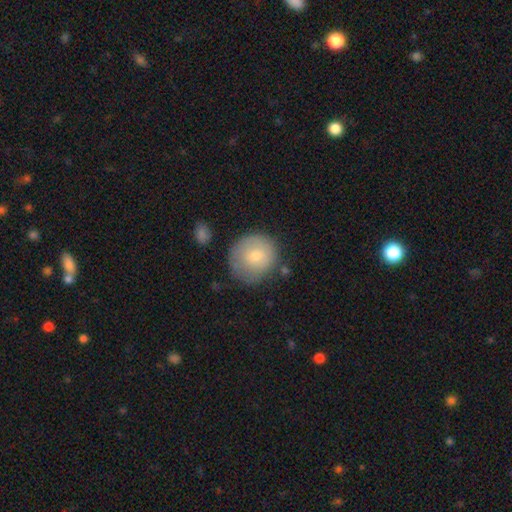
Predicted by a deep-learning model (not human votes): smooth-or-featured: smooth: 72% | featured or disk: 21% | star or artifact: 8%
  how-rounded: round: 90% | in between: 9% | cigar-shaped: 1%
  merging: none: 70% | minor disturbance: 21% | major disturbance: 6% | merger: 3%